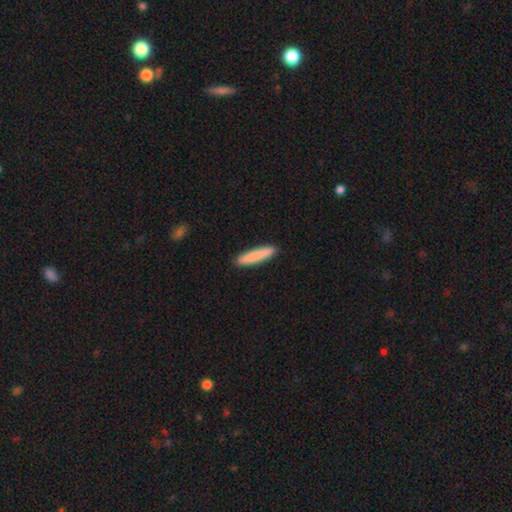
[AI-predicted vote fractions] This appears to be a smooth galaxy with no disk features (86%) that is cigar-shaped (91%). Merging: none (92%).